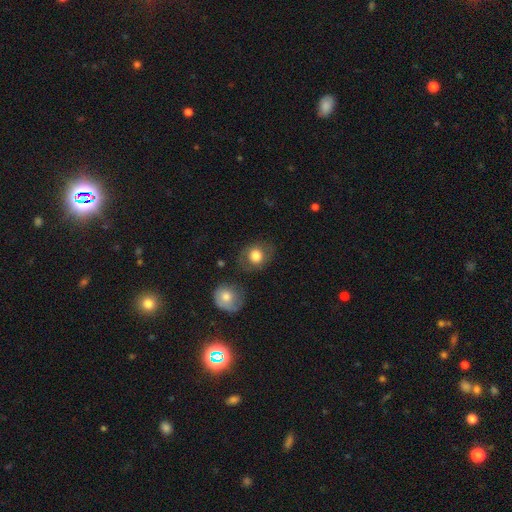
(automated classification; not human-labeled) smooth_or_featured: smooth (p=0.76) [alt: featured or disk p=0.16]
how_rounded: round (p=0.66) [alt: in between p=0.33]
merging: none (p=0.73) [alt: minor disturbance p=0.16]